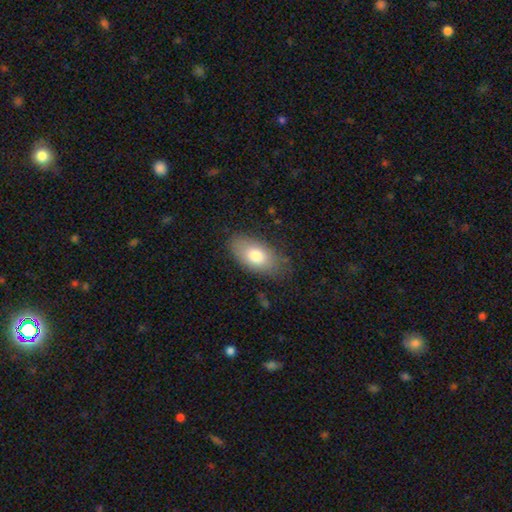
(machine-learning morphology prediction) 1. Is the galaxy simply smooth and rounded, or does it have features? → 76% smooth, 16% featured or disk, 7% star or artifact.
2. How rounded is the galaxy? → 92% in between, 5% round, 3% cigar-shaped.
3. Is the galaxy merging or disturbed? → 77% none, 17% minor disturbance, 5% major disturbance, 1% merger.